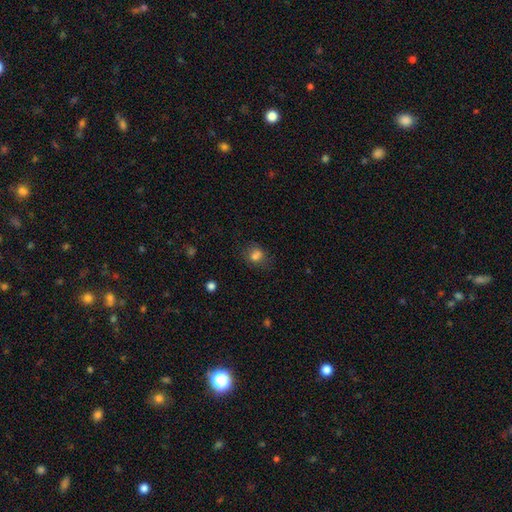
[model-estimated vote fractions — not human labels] Q: Smooth or featured?
A: smooth (77%); runner-up: star or artifact (14%)
Q: How rounded?
A: round (61%); runner-up: in between (37%)
Q: Merging?
A: none (59%); runner-up: minor disturbance (19%)